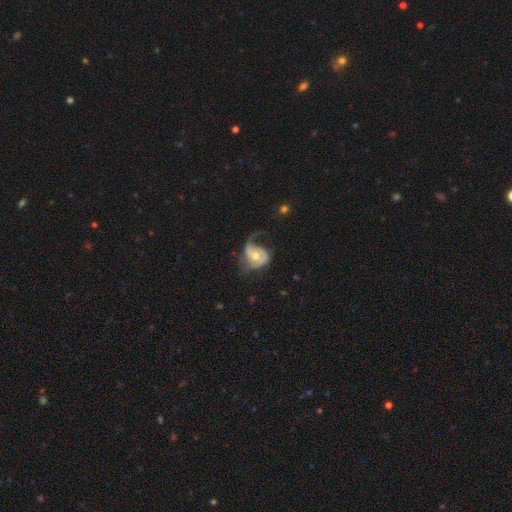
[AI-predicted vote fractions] This appears to be a featured or disk galaxy (71%) with no bar (67%), 2 (57%) loose (44%) spiral arms (84%) and a moderate central bulge (69%). Merging: major disturbance (37%).